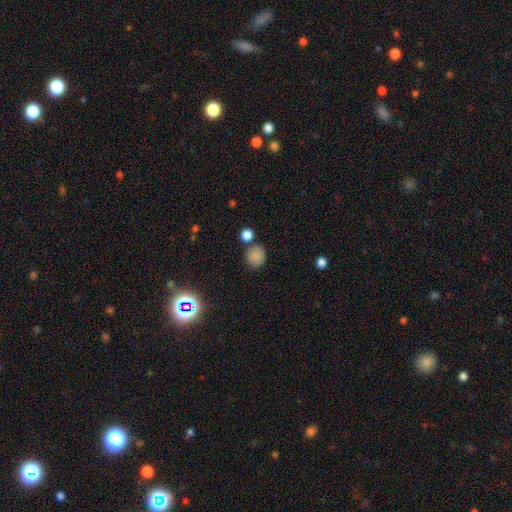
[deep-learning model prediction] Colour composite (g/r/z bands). It shows a smooth galaxy with no disk features (83%) that is round (85%). Merging: none (72%).